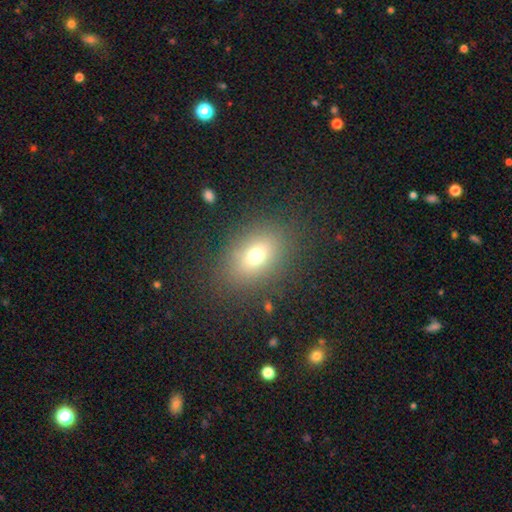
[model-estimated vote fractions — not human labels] smooth-or-featured: smooth: 70% | star or artifact: 15% | featured or disk: 15%
  how-rounded: in between: 69% | round: 29% | cigar-shaped: 2%
  merging: none: 84% | minor disturbance: 10% | major disturbance: 5% | merger: 1%